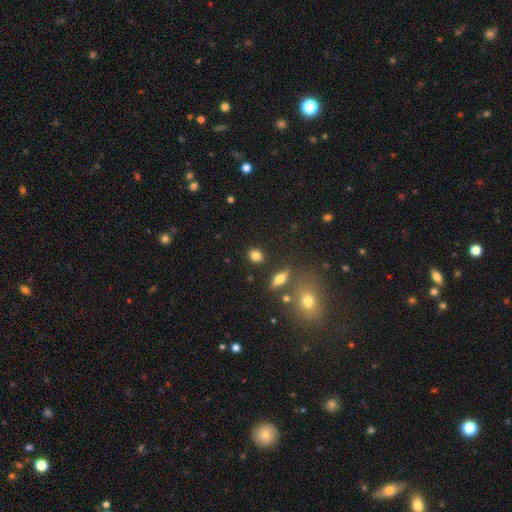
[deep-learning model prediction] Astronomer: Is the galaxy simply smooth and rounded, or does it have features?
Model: smooth — 81%.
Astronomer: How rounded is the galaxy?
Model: round — 64%.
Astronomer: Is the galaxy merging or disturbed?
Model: none — 86%.